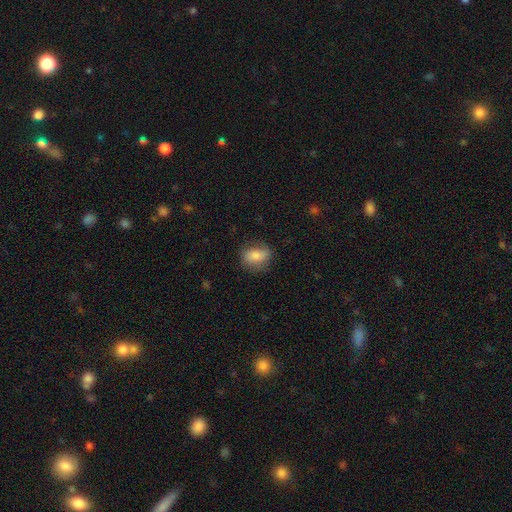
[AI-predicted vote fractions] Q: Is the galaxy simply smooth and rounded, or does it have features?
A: smooth — 76%.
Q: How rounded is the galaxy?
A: in between — 74%.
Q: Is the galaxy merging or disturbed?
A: none — 71%.